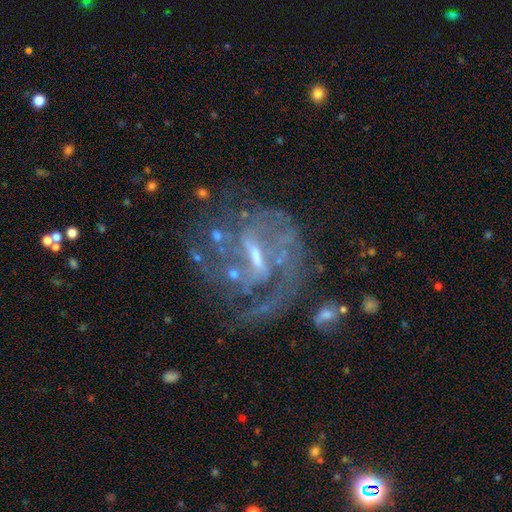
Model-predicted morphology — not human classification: featured or disk 82%, star or artifact 10%, smooth 8%. Down the decision tree: edge-on disk — no (96%); bar — weak (48%); spiral arms — yes (85%); spiral arm count — 2 (33%); spiral winding — tight (42%); bulge size — small (55%); merging — none (56%).